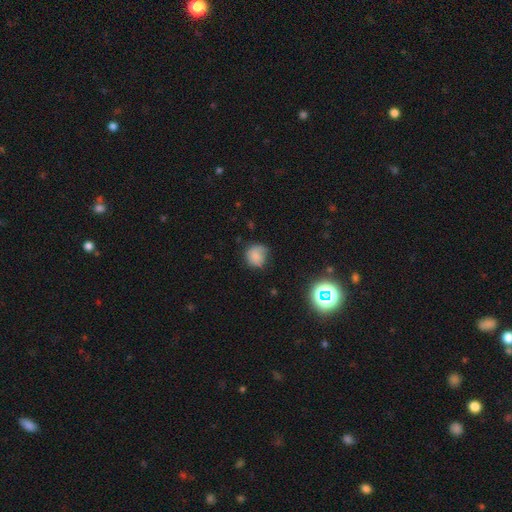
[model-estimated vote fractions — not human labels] Smooth or featured? Predicted: smooth (p=0.77). How rounded? Predicted: round (p=0.83). Merging? Predicted: none (p=0.62).